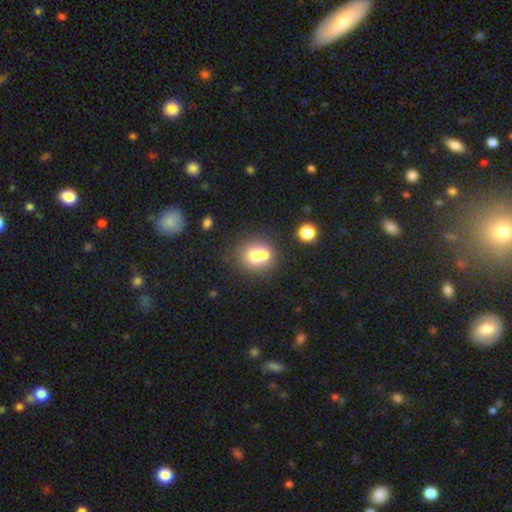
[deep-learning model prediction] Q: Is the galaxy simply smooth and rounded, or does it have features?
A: smooth — 68%.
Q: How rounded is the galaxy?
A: round — 76%.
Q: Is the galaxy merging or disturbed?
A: merger — 51%.